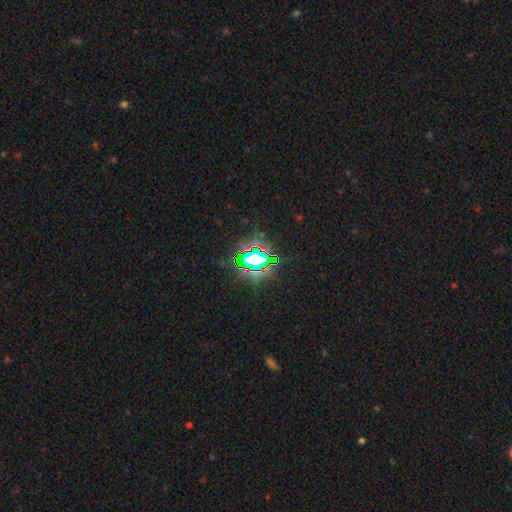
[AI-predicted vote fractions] Smooth or featured?
  - star or artifact: 73% *
  - smooth: 16%
  - featured or disk: 11%